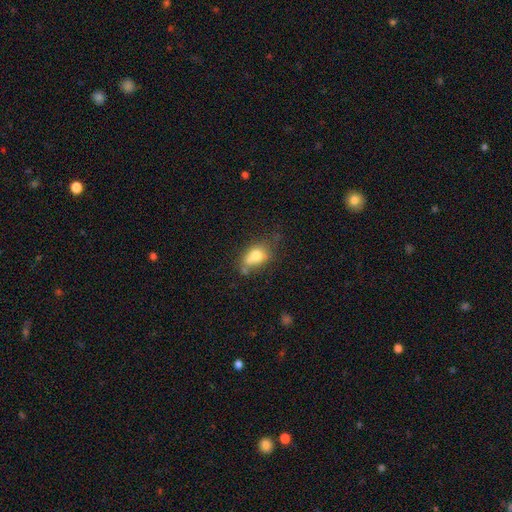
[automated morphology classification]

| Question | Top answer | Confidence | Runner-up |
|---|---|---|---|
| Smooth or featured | smooth | 74% | featured or disk (16%) |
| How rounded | in between | 68% | round (30%) |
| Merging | none | 42% | minor disturbance (25%) |